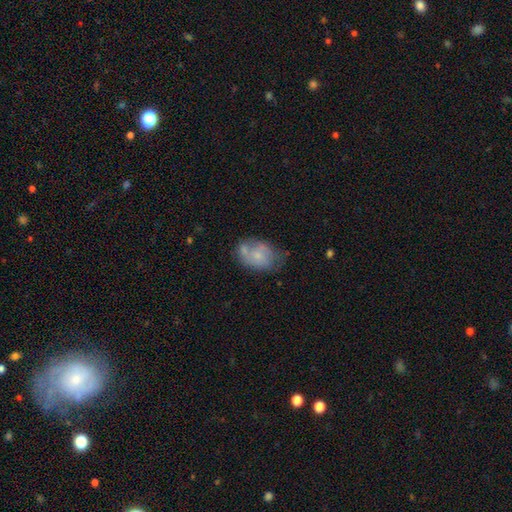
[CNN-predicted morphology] A smooth galaxy with no disk features (46%, tied with featured or disk). Merging: none (47%).